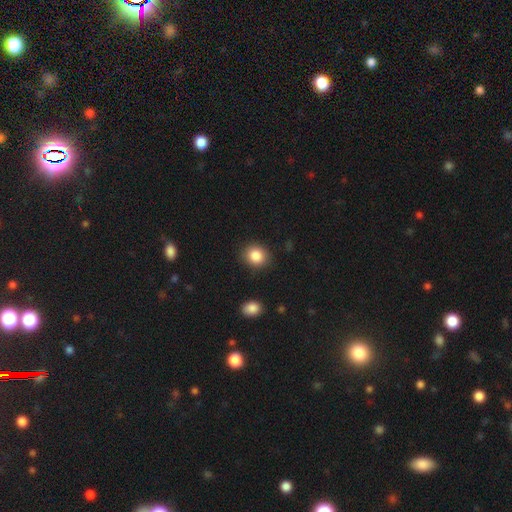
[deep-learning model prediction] Smooth or featured? smooth (86%)
How rounded? round (73%)
Merging? none (88%)